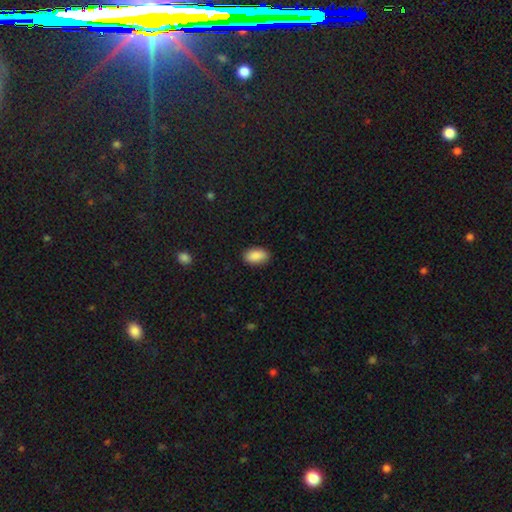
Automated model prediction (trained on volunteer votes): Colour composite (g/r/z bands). It shows a smooth galaxy with no disk features (90%) that is in between round and cigar-shaped (93%). Merging: none (87%).